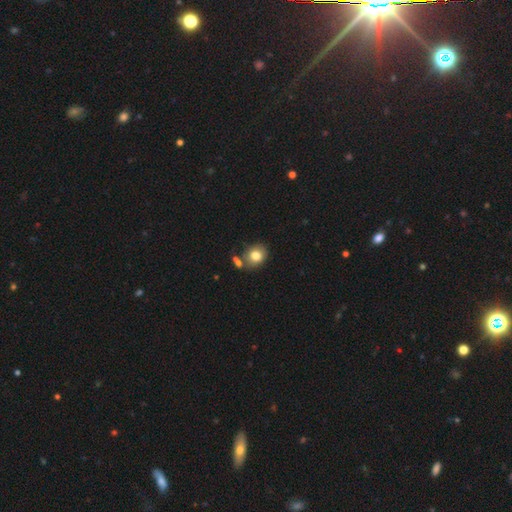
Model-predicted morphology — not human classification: This appears to be a smooth galaxy with no disk features (80%) that is round (56%). Merging: none (67%).